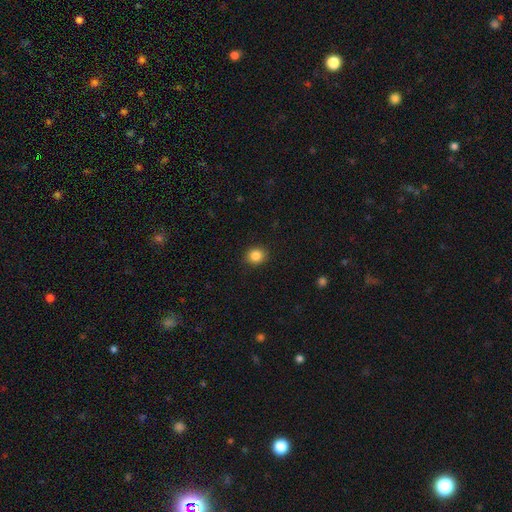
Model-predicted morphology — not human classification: A smooth galaxy with no disk features (86%) that is round (81%).

Vote fractions:
- Smooth or featured? smooth: 86% / star or artifact: 10% / featured or disk: 4%
- How rounded? round: 81% / in between: 18% / cigar-shaped: 1%
- Merging? none: 90% / minor disturbance: 7% / major disturbance: 2% / merger: 1%